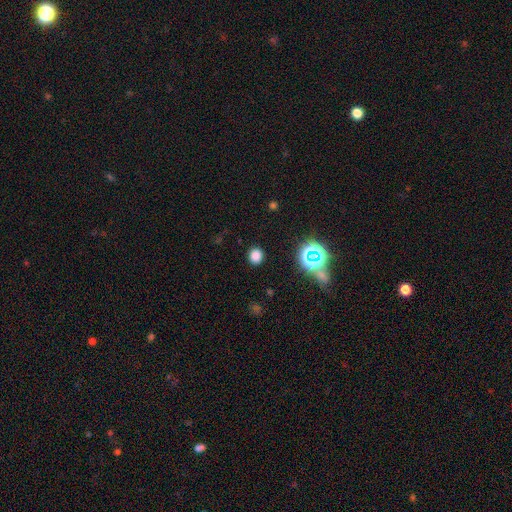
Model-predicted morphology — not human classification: smooth-or-featured: smooth: 75% | star or artifact: 20% | featured or disk: 5%
  how-rounded: round: 79% | in between: 20% | cigar-shaped: 1%
  merging: none: 88% | minor disturbance: 7% | major disturbance: 3% | merger: 2%